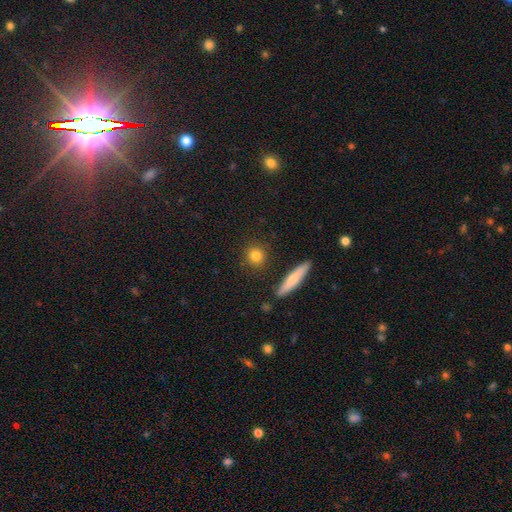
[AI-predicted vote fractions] smooth_or_featured: smooth (p=0.82) [alt: featured or disk p=0.09]
how_rounded: round (p=0.78) [alt: in between p=0.16]
merging: none (p=0.88) [alt: minor disturbance p=0.07]